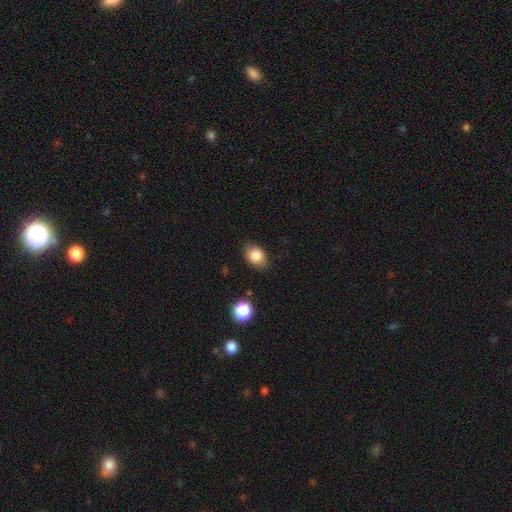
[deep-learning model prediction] smooth_or_featured: smooth (p=0.85) [alt: star or artifact p=0.09]
how_rounded: in between (p=0.67) [alt: round p=0.32]
merging: none (p=0.81) [alt: minor disturbance p=0.14]